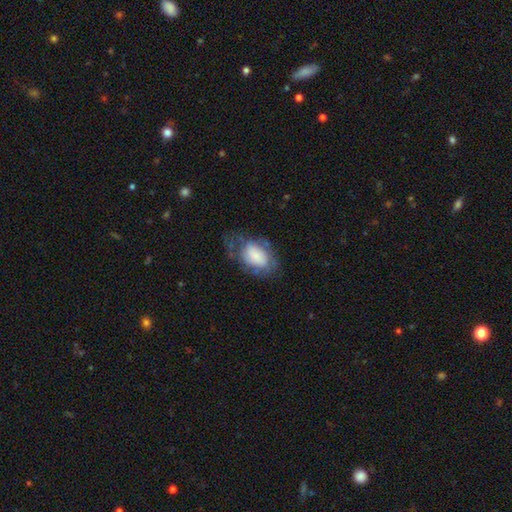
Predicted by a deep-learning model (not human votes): smooth 61%, featured or disk 31%, star or artifact 8%. Down the decision tree: how rounded — in between (87%); merging — none (46%).